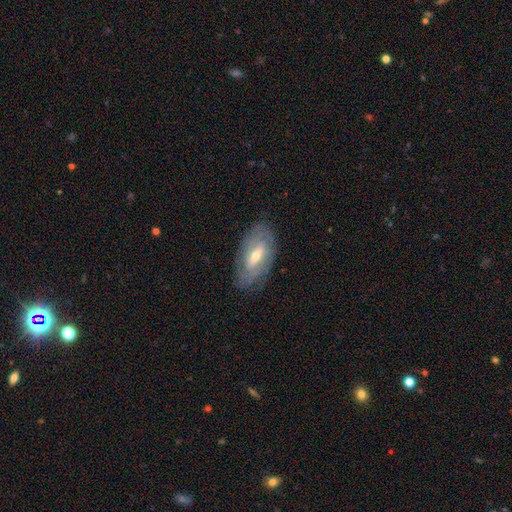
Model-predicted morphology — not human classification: Smooth or featured? featured or disk (65%)
Edge-on disk? no (86%)
Bar? weak (47%)
Spiral arms? yes (66%)
Bulge size? moderate (55%)
Merging? none (79%)